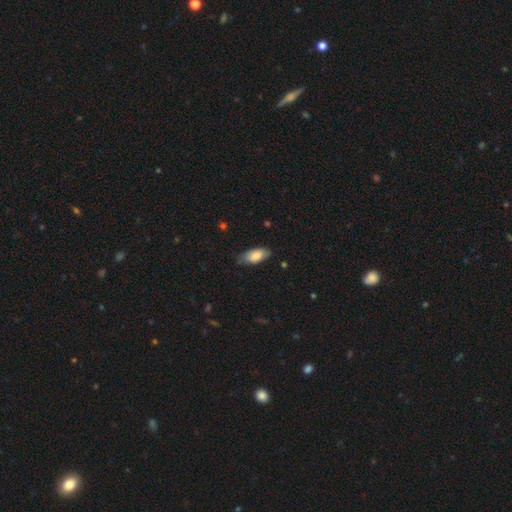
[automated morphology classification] A smooth galaxy with no disk features (81%) that is in between round and cigar-shaped (89%). Merging: none (70%).